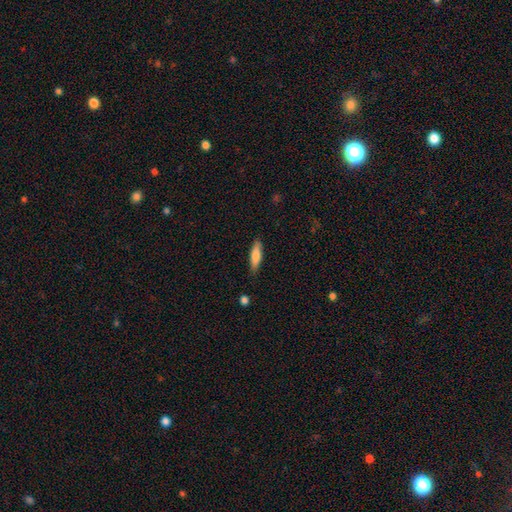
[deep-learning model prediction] Smooth or featured: smooth — 80% (featured or disk — 14%)
How rounded: cigar-shaped — 65% (in between — 34%)
Merging: none — 84% (minor disturbance — 12%)